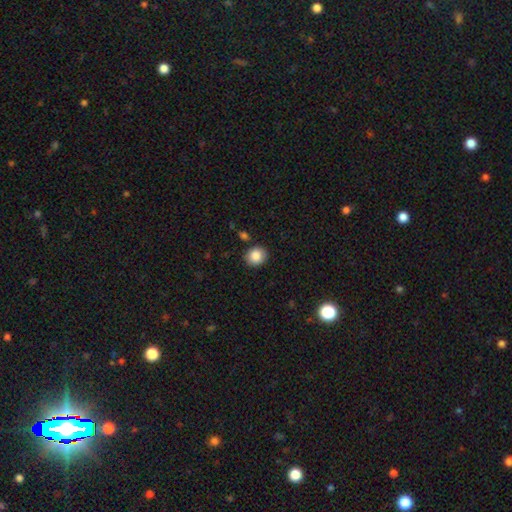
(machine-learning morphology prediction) Smooth or featured: smooth — 87% (star or artifact — 9%)
How rounded: round — 72% (in between — 27%)
Merging: none — 86% (minor disturbance — 9%)